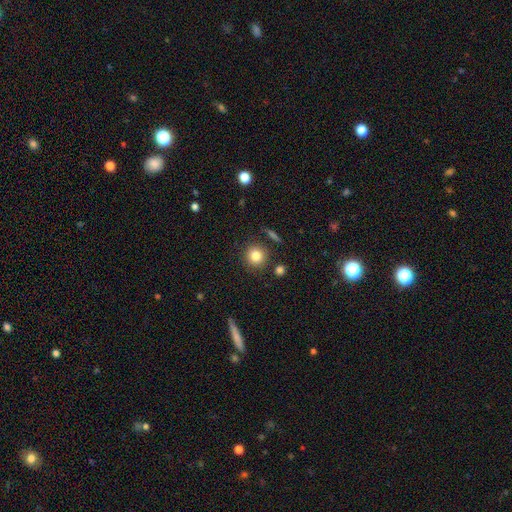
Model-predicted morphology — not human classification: smooth_or_featured: smooth (p=0.82) [alt: star or artifact p=0.10]
how_rounded: round (p=0.92) [alt: in between p=0.07]
merging: none (p=0.86) [alt: minor disturbance p=0.08]